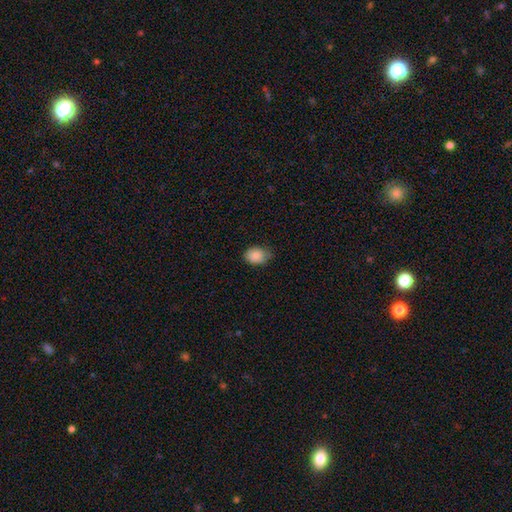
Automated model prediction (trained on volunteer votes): Smooth or featured? smooth (86%)
How rounded? in between (73%)
Merging? none (61%)